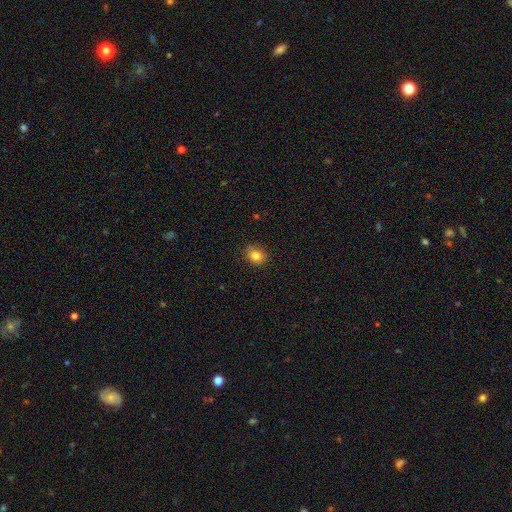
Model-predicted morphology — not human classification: smooth-or-featured: smooth: 82% | star or artifact: 11% | featured or disk: 7%
  how-rounded: round: 69% | in between: 30% | cigar-shaped: 1%
  merging: none: 82% | minor disturbance: 15% | major disturbance: 3% | merger: 1%